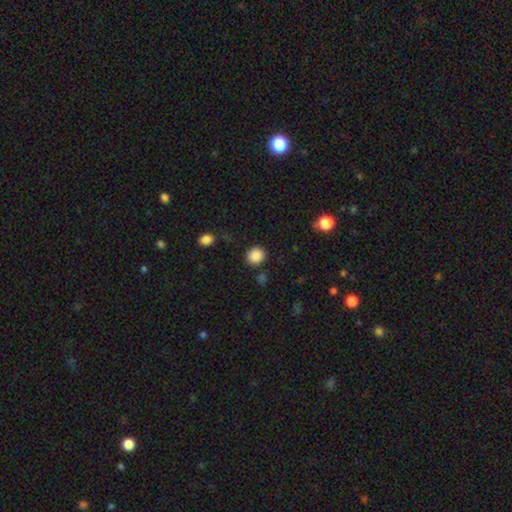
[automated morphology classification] This appears to be a smooth galaxy with no disk features (88%) that is round (85%). Merging: none (87%).